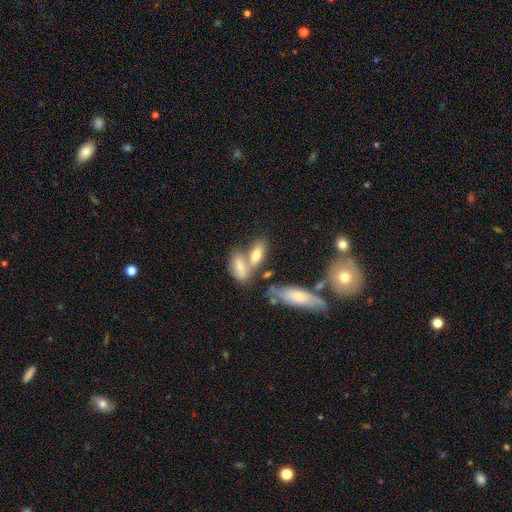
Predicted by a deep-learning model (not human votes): A smooth galaxy with no disk features (69%) that is in between round and cigar-shaped (74%).

Vote fractions:
- Smooth or featured? smooth: 69% / featured or disk: 22% / star or artifact: 9%
- How rounded? in between: 74% / cigar-shaped: 21% / round: 5%
- Merging? merger: 43% / none: 41% / minor disturbance: 11% / major disturbance: 5%